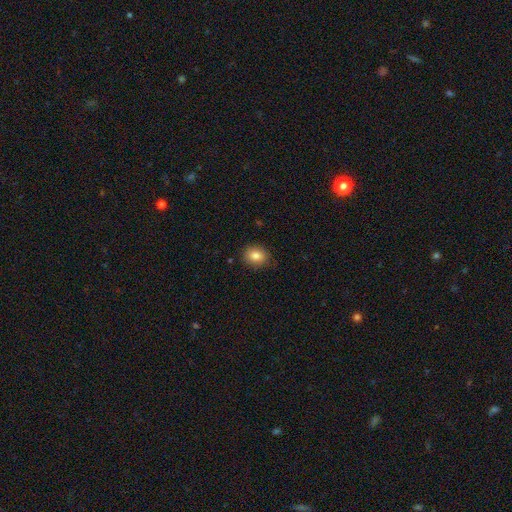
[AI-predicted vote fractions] smooth 84%, star or artifact 10%, featured or disk 7%. Down the decision tree: how rounded — round (55%); merging — none (85%).